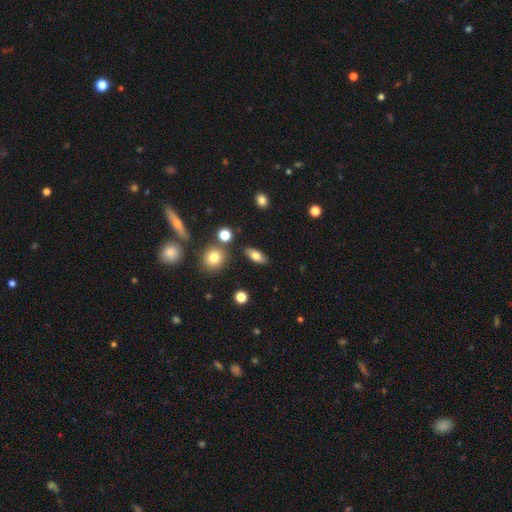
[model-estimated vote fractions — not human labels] smooth-or-featured: smooth: 74% | featured or disk: 17% | star or artifact: 9%
  how-rounded: in between: 81% | cigar-shaped: 13% | round: 6%
  merging: none: 84% | minor disturbance: 10% | merger: 4% | major disturbance: 3%